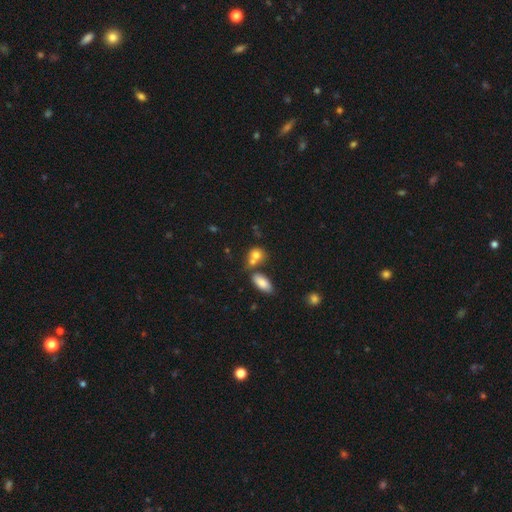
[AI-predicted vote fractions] This is likely a smooth galaxy (77%). How rounded: possibly round (49%). Merging: marginally merger (44%).